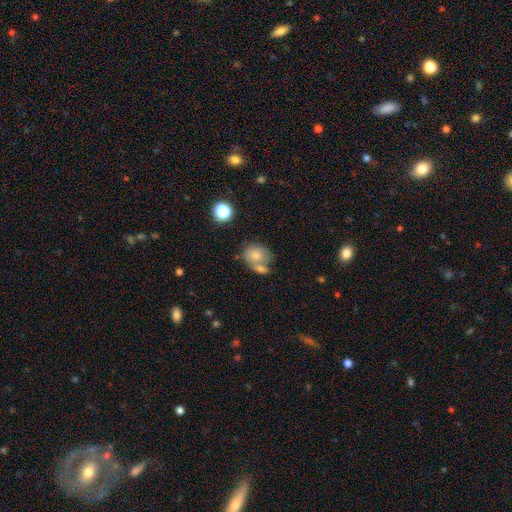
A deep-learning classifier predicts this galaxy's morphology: A smooth galaxy with no disk features (72%) that is round (61%). Merging: merger (45%).